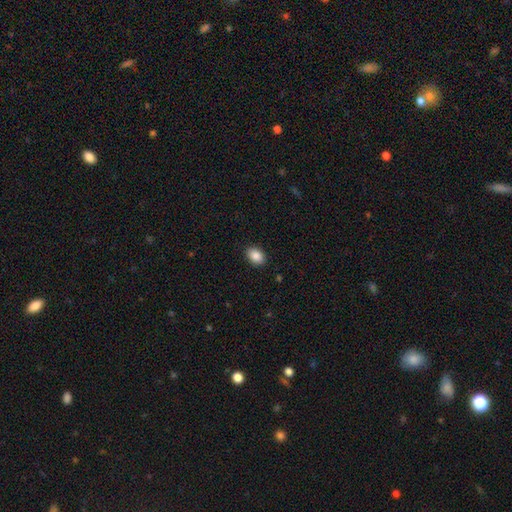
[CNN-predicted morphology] Smooth or featured?
  - smooth: 88% *
  - star or artifact: 8%
  - featured or disk: 4%
How rounded?
  - in between: 79% *
  - round: 20%
  - cigar-shaped: 1%
Merging?
  - none: 89% *
  - minor disturbance: 8%
  - major disturbance: 2%
  - merger: 1%